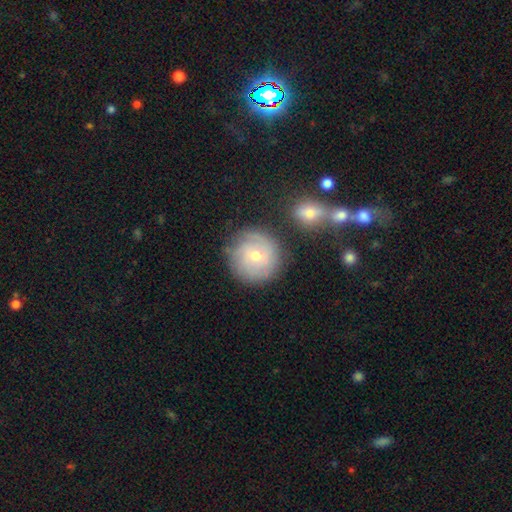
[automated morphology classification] featured or disk 51%, smooth 40%, star or artifact 9%. Down the decision tree: edge-on disk — no (97%); merging — none (77%).